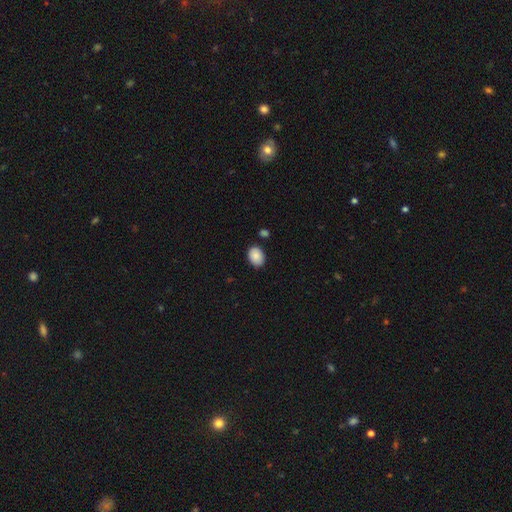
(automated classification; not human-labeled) Smooth or featured?
  - smooth: 88% *
  - star or artifact: 7%
  - featured or disk: 5%
How rounded?
  - in between: 74% *
  - round: 25%
  - cigar-shaped: 1%
Merging?
  - none: 83% *
  - minor disturbance: 11%
  - merger: 3%
  - major disturbance: 2%